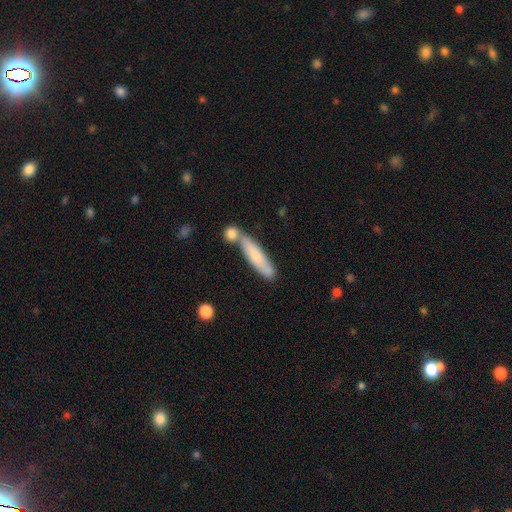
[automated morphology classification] This is likely a smooth galaxy (65%). How rounded: clearly cigar-shaped (82%). Merging: possibly none (58%).